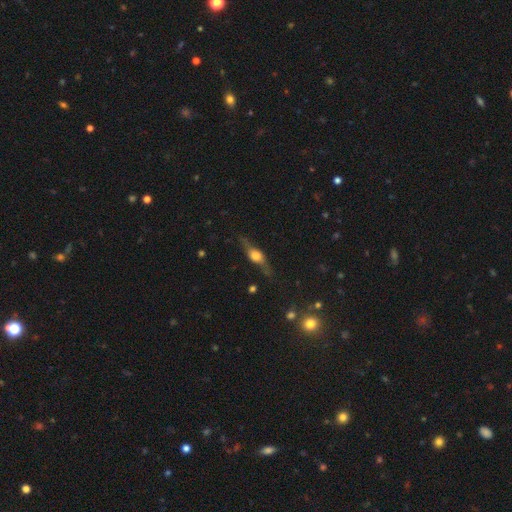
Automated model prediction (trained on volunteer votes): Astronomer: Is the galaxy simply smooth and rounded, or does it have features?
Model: featured or disk — 63%.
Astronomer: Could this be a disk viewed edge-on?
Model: yes — 90%.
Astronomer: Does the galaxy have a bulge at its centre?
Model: rounded — 90%.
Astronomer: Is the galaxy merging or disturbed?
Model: none — 73%.